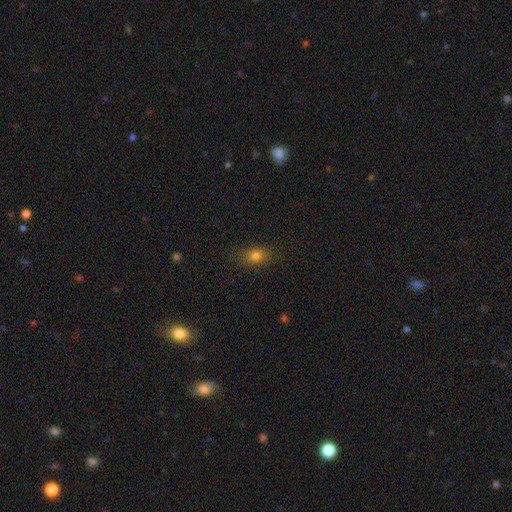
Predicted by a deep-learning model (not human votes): The model was most divided on "how rounded": in between: 65%, round: 33%, cigar-shaped: 2%. More confident: merging — none (82%); smooth or featured — smooth (78%).